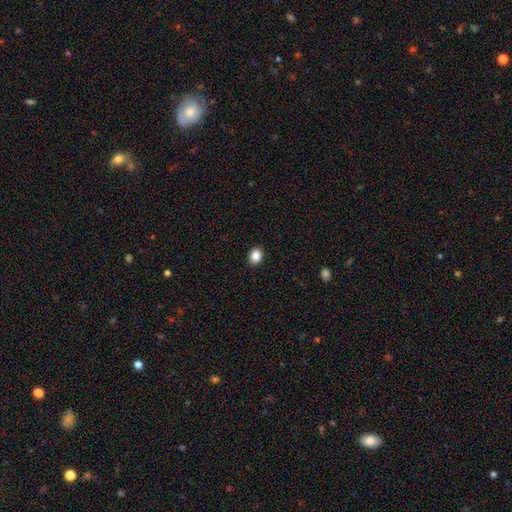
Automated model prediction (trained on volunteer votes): Overall: smooth (86%). How rounded: round (55%; in between 44%). Merging: none (92%).